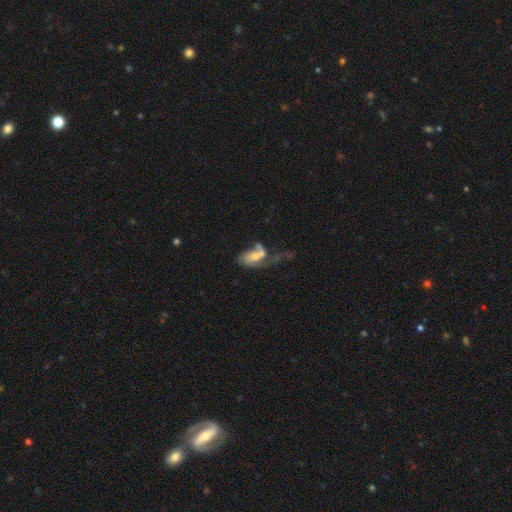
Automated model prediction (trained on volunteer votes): A featured or disk galaxy (54%) with no bar (67%), spiral arms (61%) and a moderate central bulge (54%). Merging: merger (41%).